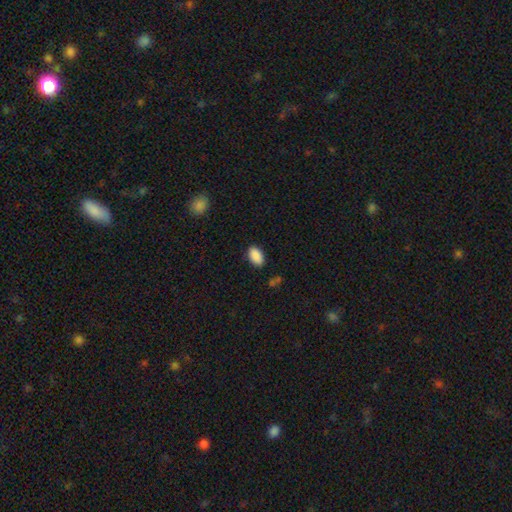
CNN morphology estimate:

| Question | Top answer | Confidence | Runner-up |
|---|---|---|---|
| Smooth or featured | smooth | 90% | star or artifact (7%) |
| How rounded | in between | 94% | round (4%) |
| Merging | none | 86% | minor disturbance (10%) |